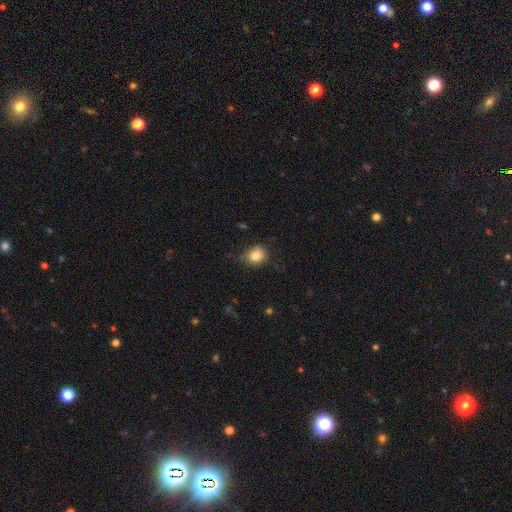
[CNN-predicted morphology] smooth_or_featured: smooth (p=0.81) [alt: star or artifact p=0.11]
how_rounded: round (p=0.72) [alt: in between p=0.27]
merging: none (p=0.59) [alt: minor disturbance p=0.31]